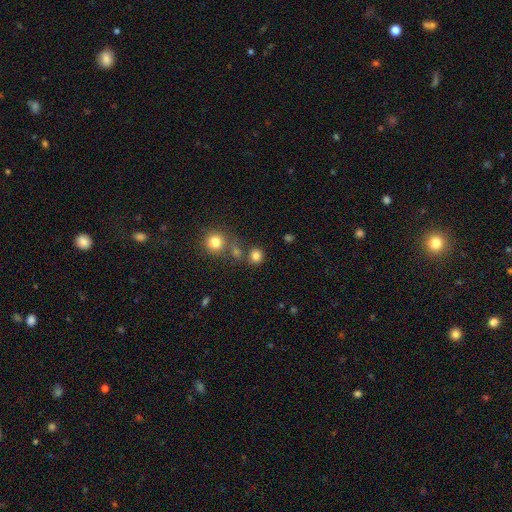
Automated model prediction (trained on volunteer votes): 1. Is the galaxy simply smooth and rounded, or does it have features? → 81% smooth, 14% star or artifact, 5% featured or disk.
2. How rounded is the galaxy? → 86% round, 13% in between, 1% cigar-shaped.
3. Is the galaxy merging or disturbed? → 74% none, 14% merger, 8% minor disturbance, 3% major disturbance.